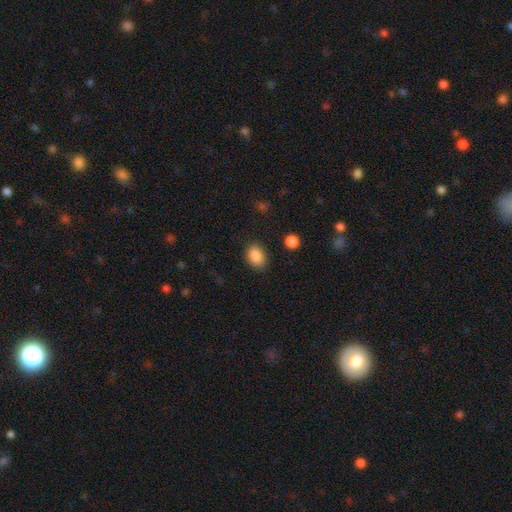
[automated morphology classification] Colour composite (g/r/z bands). It shows a smooth galaxy with no disk features (87%) that is in between round and cigar-shaped (77%). Merging: none (83%).